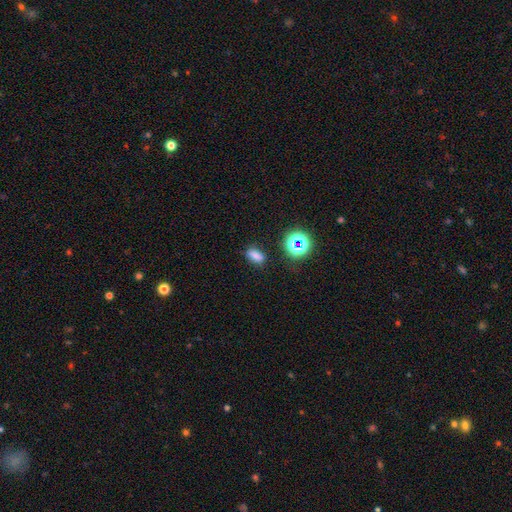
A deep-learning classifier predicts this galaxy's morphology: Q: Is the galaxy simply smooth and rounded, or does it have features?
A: smooth — 74%.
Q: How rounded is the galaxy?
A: in between — 78%.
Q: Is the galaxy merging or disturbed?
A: none — 82%.